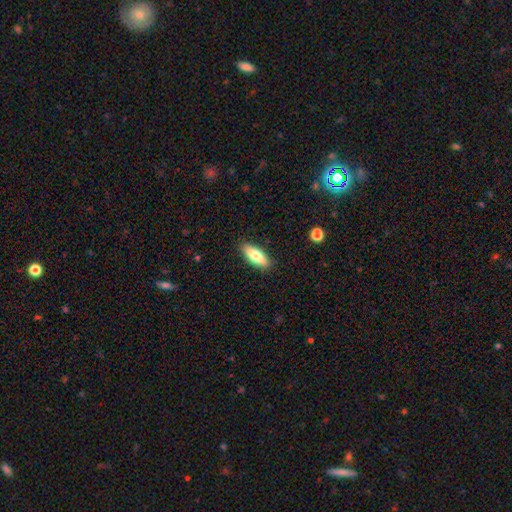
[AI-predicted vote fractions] Smooth or featured? smooth (74%)
How rounded? in between (67%)
Merging? none (89%)